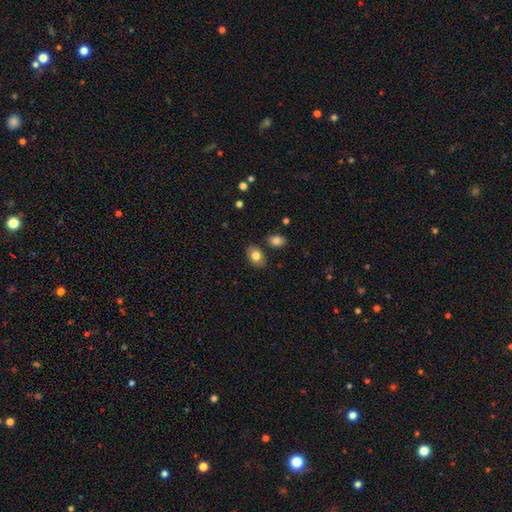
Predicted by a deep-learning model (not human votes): smooth 81%, featured or disk 11%, star or artifact 8%. Down the decision tree: how rounded — in between (83%); merging — none (80%).